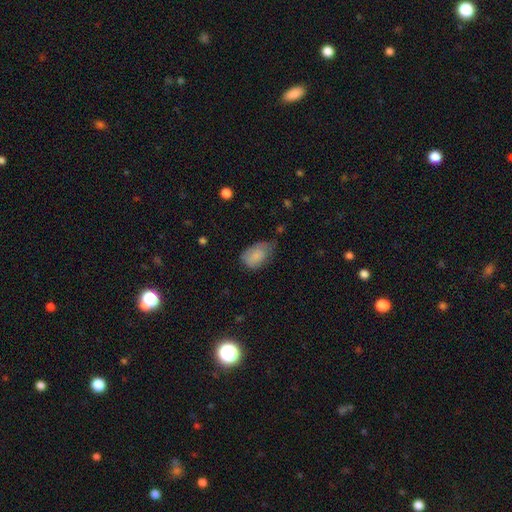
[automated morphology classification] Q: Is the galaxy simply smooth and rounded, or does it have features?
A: smooth — 81%.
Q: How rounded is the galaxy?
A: in between — 88%.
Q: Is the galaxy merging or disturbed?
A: minor disturbance — 45%.